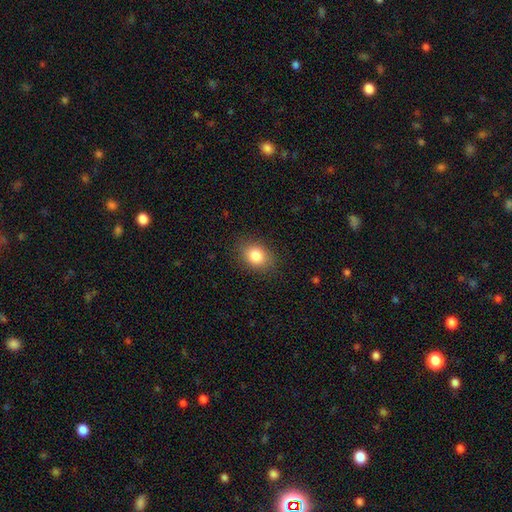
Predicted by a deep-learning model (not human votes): A smooth galaxy with no disk features (84%) that is in between round and cigar-shaped (61%).

Vote fractions:
- Smooth or featured? smooth: 84% / star or artifact: 9% / featured or disk: 7%
- How rounded? in between: 61% / round: 38% / cigar-shaped: 1%
- Merging? none: 85% / minor disturbance: 11% / major disturbance: 3% / merger: 1%